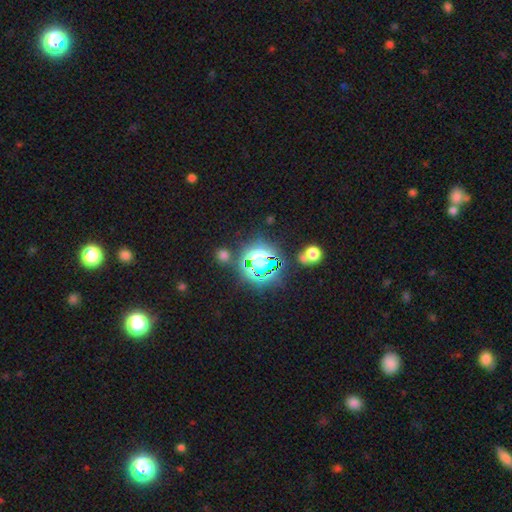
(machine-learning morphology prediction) Smooth or featured? star or artifact (67%)